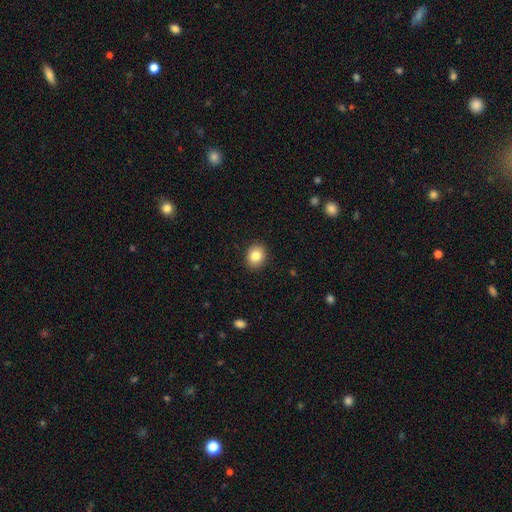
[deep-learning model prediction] Smooth or featured? Predicted: smooth (p=0.84). How rounded? Predicted: round (p=0.54). Merging? Predicted: none (p=0.90).